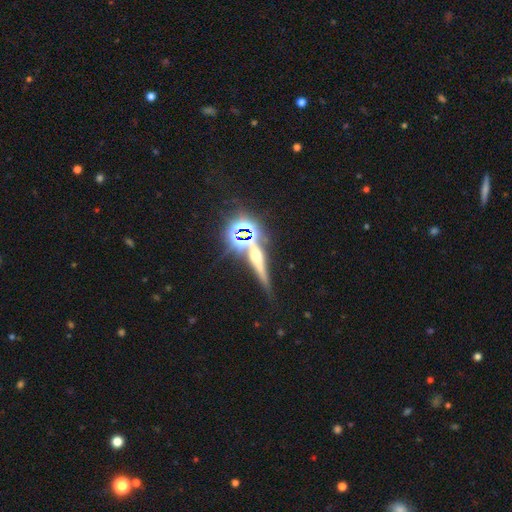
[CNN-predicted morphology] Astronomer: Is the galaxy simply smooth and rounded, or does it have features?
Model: featured or disk — 48% (runner-up: star or artifact, 33%).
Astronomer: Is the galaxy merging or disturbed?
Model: none — 73%.